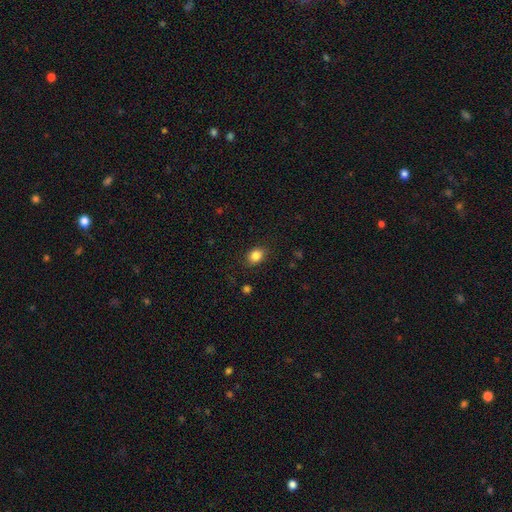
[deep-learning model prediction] The model was most divided on "how rounded": in between: 58%, round: 41%, cigar-shaped: 1%. More confident: merging — none (87%); smooth or featured — smooth (85%).